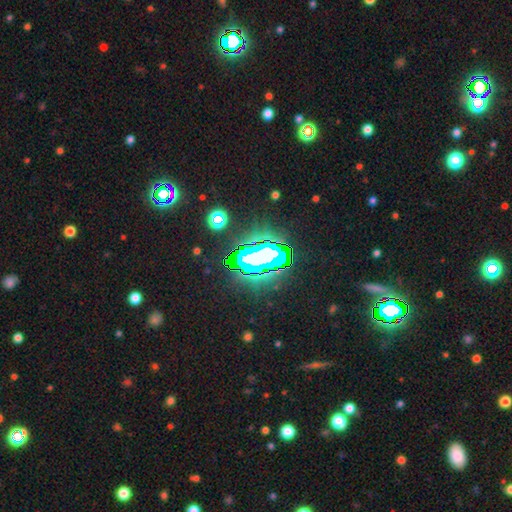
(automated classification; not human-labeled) Smooth or featured?
  - star or artifact: 67% *
  - featured or disk: 17%
  - smooth: 16%